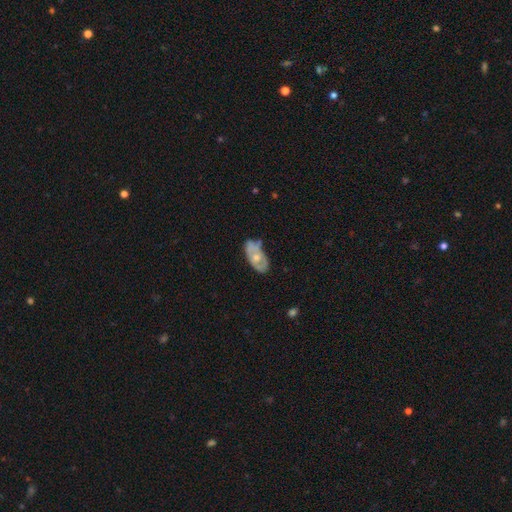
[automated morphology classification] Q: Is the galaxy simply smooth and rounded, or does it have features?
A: featured or disk — 52%.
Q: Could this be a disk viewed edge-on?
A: no — 90%.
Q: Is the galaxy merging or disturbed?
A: none — 55%.